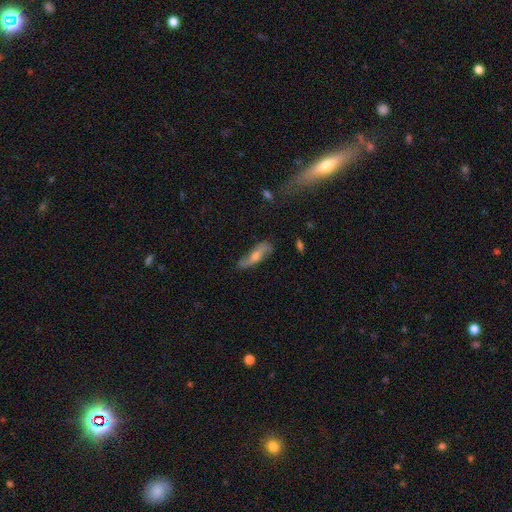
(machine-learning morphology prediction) The model was most divided on "edge-on disk": no: 62%, yes: 38%. More confident: merging — none (74%); smooth or featured — featured or disk (60%).